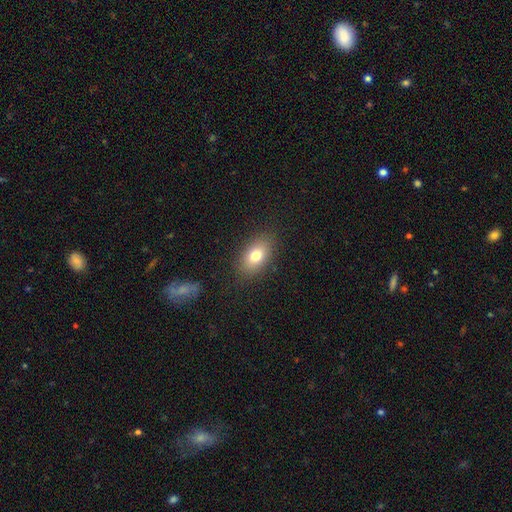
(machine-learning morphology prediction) type=smooth (76%); roundness=in between (87%); merging=none (85%).